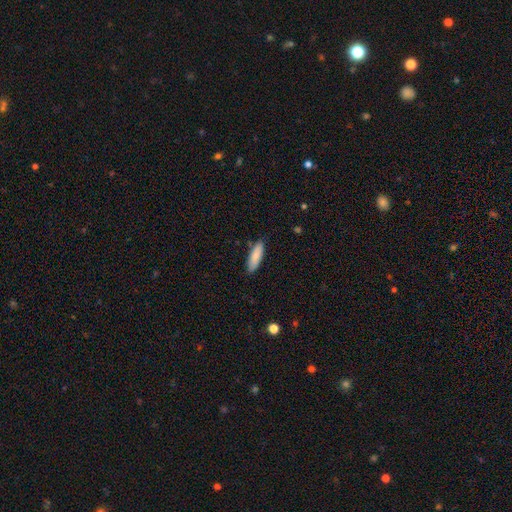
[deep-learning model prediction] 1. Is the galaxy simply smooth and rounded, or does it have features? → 82% smooth, 12% featured or disk, 6% star or artifact.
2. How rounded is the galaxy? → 51% in between, 47% cigar-shaped, 2% round.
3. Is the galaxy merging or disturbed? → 84% none, 13% minor disturbance, 2% major disturbance, 2% merger.